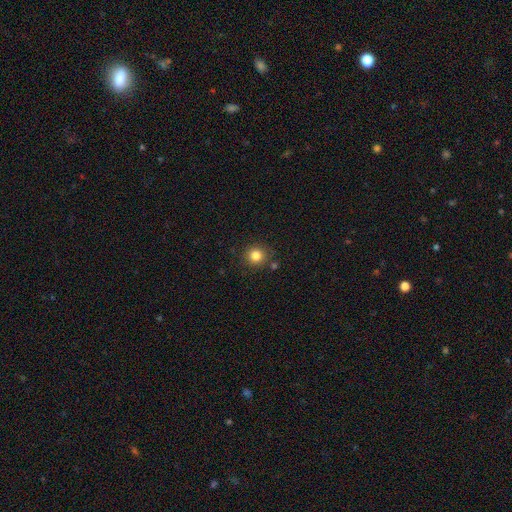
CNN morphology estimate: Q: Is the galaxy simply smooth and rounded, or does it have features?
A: smooth — 83%.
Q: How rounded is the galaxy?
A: round — 90%.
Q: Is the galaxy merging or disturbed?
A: none — 85%.